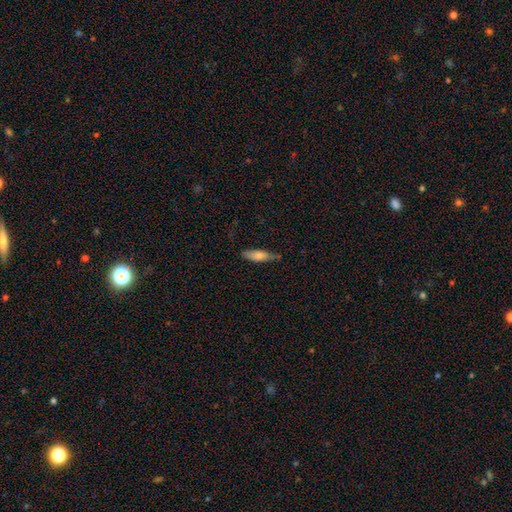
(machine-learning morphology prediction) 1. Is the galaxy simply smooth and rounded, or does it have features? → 58% smooth, 35% featured or disk, 7% star or artifact.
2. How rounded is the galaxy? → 70% cigar-shaped, 27% in between, 2% round.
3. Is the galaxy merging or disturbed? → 74% none, 20% minor disturbance, 4% major disturbance, 2% merger.